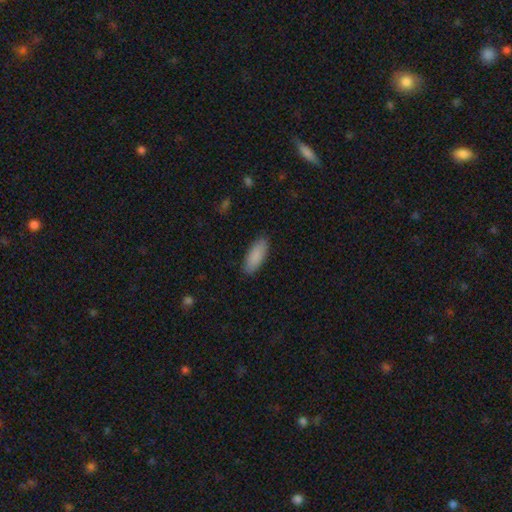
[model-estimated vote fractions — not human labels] Overall: smooth (89%). How rounded: in between (74%). Merging: none (89%).